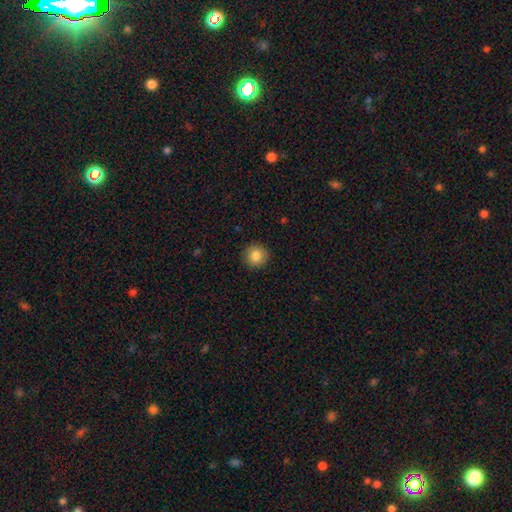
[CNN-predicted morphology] A smooth galaxy with no disk features (85%) that is round (92%). Merging: none (90%).